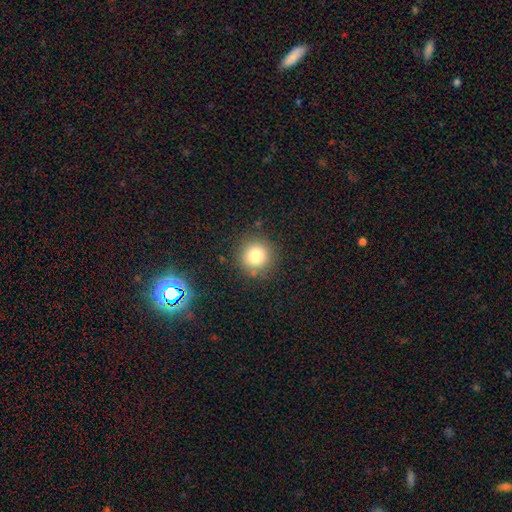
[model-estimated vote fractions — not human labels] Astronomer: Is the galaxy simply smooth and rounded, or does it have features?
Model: smooth — 79%.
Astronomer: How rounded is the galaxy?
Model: round — 94%.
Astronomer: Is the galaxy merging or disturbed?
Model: none — 85%.